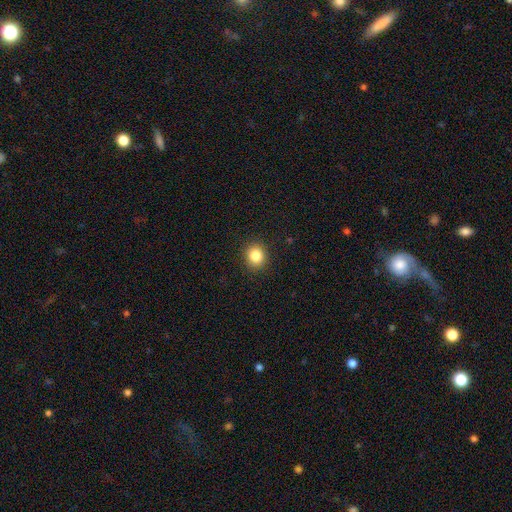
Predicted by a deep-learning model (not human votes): Morphology: type=smooth (84%); roundness=round (78%); merging=none (90%).